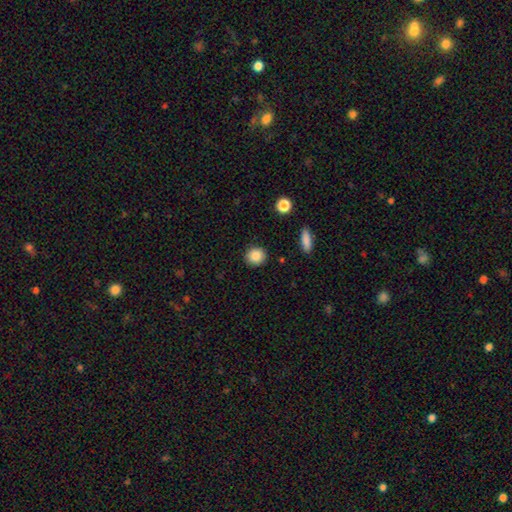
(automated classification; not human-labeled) smooth_or_featured: smooth (p=0.86) [alt: star or artifact p=0.09]
how_rounded: round (p=0.85) [alt: in between p=0.14]
merging: none (p=0.90) [alt: minor disturbance p=0.07]